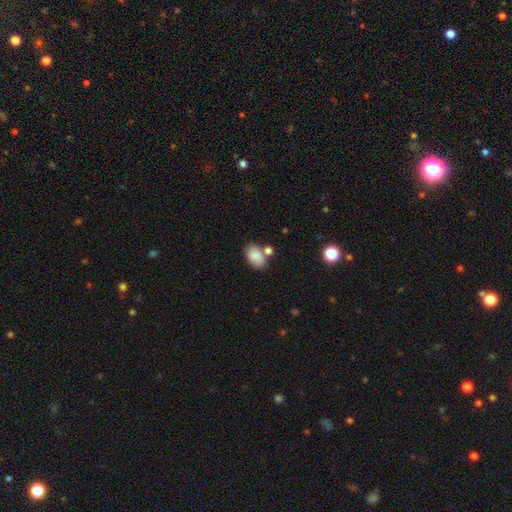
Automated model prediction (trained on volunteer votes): A smooth galaxy with no disk features (83%) that is in between round and cigar-shaped (86%).

Vote fractions:
- Smooth or featured? smooth: 83% / featured or disk: 8% / star or artifact: 8%
- How rounded? in between: 86% / round: 12% / cigar-shaped: 1%
- Merging? none: 58% / merger: 21% / minor disturbance: 16% / major disturbance: 5%